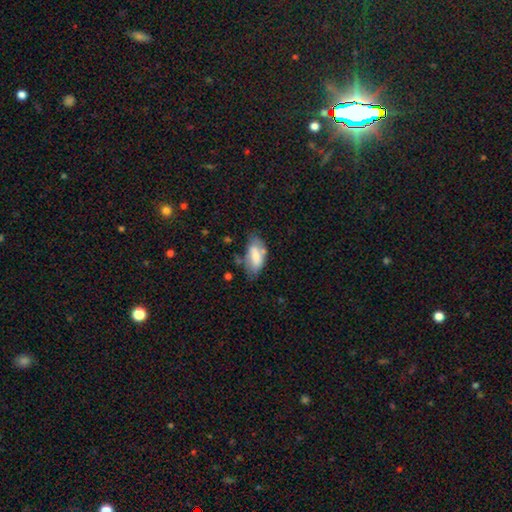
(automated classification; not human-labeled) Smooth or featured?
  - smooth: 68% *
  - featured or disk: 25%
  - star or artifact: 7%
How rounded?
  - in between: 90% *
  - cigar-shaped: 7%
  - round: 3%
Merging?
  - none: 50% *
  - minor disturbance: 29%
  - major disturbance: 11%
  - merger: 10%